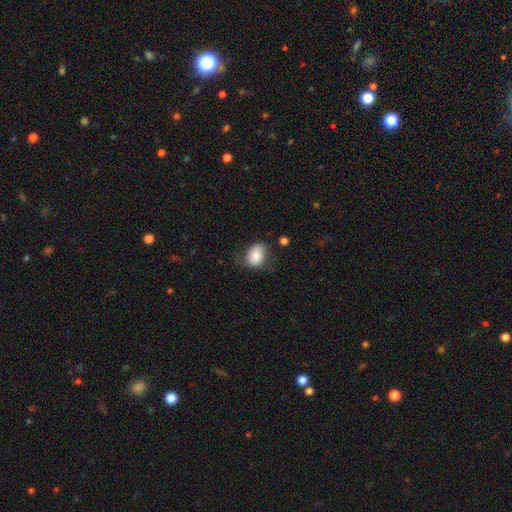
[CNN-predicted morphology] Smooth or featured? Predicted: smooth (p=0.78). How rounded? Predicted: in between (p=0.63). Merging? Predicted: none (p=0.60).